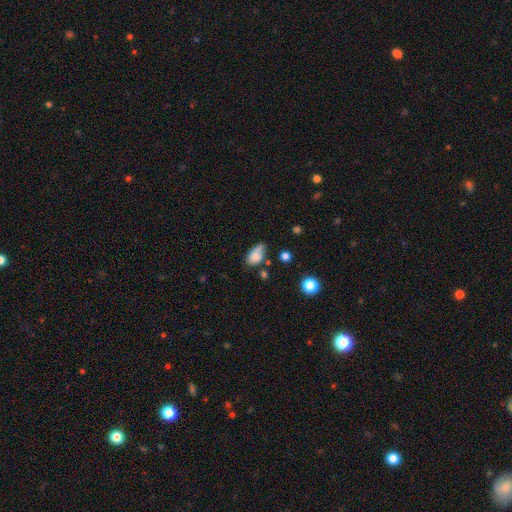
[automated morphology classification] The model was most divided on "merging": none: 41%, minor disturbance: 37%, major disturbance: 14%, merger: 8%. More confident: how rounded — in between (88%); smooth or featured — smooth (75%).